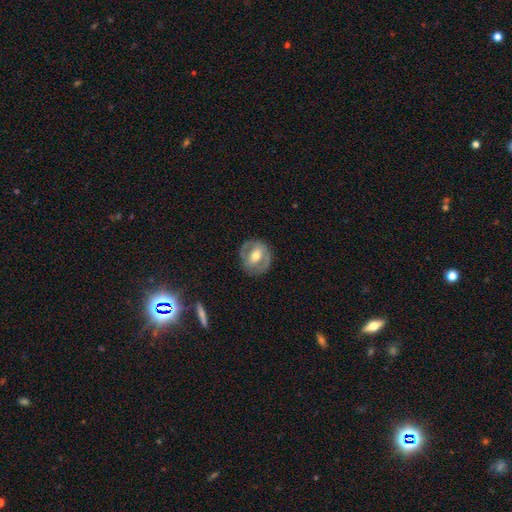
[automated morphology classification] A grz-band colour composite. It shows a featured or disk galaxy (65%) with a strong bar (38%), spiral arms (53%) and a moderate central bulge (70%). Merging: none (81%).